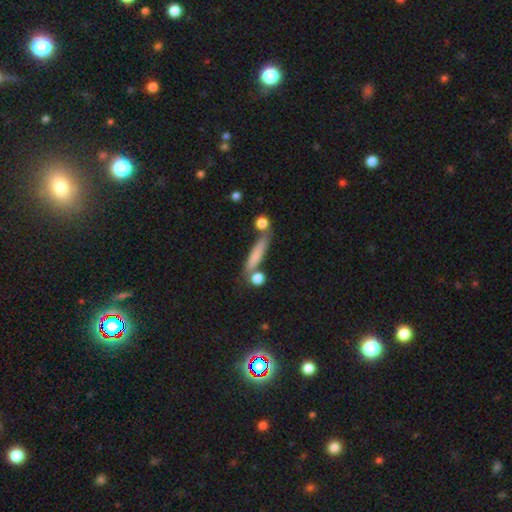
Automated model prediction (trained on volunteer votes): A smooth galaxy with no disk features (72%) that is cigar-shaped (81%).

Vote fractions:
- Smooth or featured? smooth: 72% / featured or disk: 19% / star or artifact: 9%
- How rounded? cigar-shaped: 81% / in between: 14% / round: 5%
- Merging? none: 68% / minor disturbance: 14% / merger: 13% / major disturbance: 5%